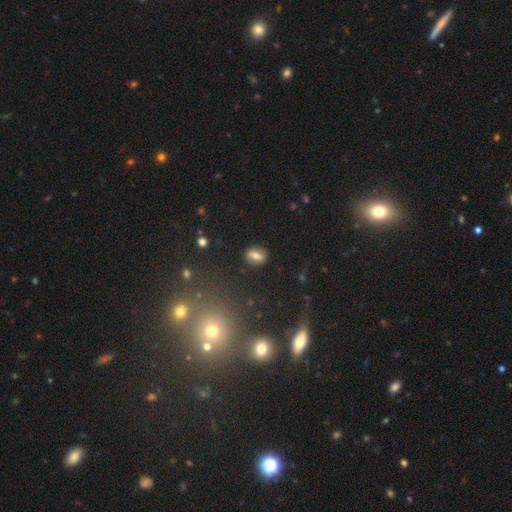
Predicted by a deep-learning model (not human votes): smooth-or-featured: smooth: 60% | featured or disk: 29% | star or artifact: 11%
  how-rounded: in between: 68% | round: 28% | cigar-shaped: 4%
  merging: none: 85% | minor disturbance: 10% | major disturbance: 3% | merger: 2%